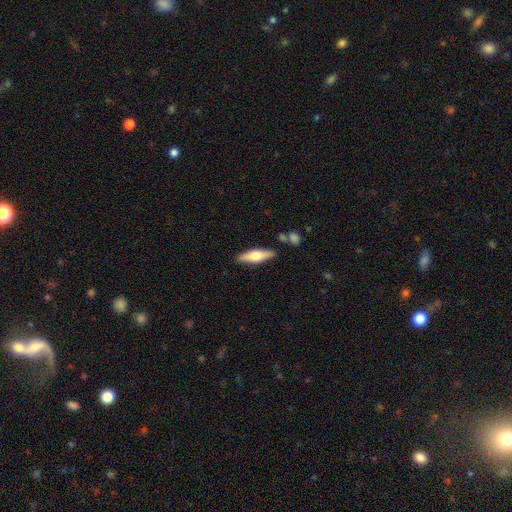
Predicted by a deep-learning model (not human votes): A smooth galaxy with no disk features (48%).

Vote fractions:
- Smooth or featured? smooth: 48% / featured or disk: 46% / star or artifact: 6%
- Merging? none: 84% / minor disturbance: 10% / merger: 4% / major disturbance: 2%